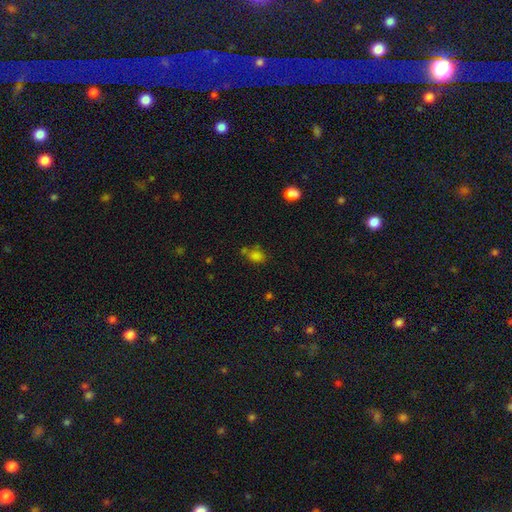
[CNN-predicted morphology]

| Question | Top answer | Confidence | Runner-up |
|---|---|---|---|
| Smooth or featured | smooth | 75% | star or artifact (18%) |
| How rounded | in between | 62% | round (37%) |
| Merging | none | 54% | merger (22%) |